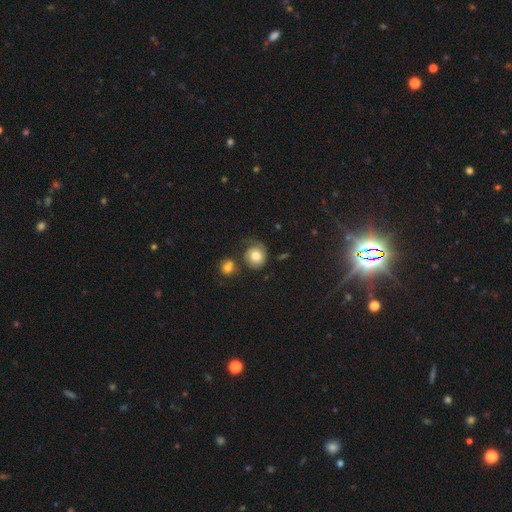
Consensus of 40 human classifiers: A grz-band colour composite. It shows a smooth galaxy with no disk features (65%) that is round (92%). Merging: none (50%).